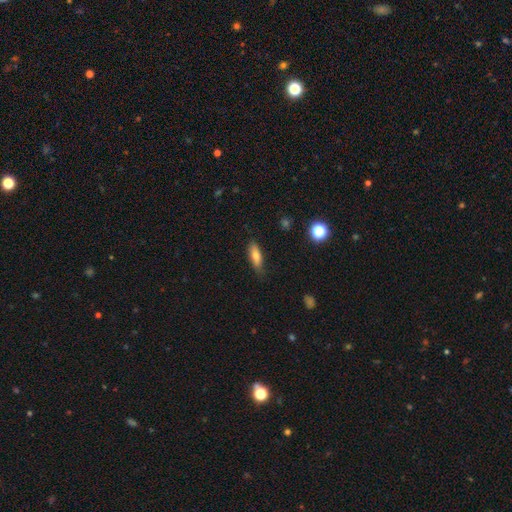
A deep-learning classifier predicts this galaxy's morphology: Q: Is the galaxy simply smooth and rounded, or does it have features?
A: smooth — 74%.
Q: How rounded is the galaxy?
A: in between — 52%.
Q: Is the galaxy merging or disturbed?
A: none — 79%.